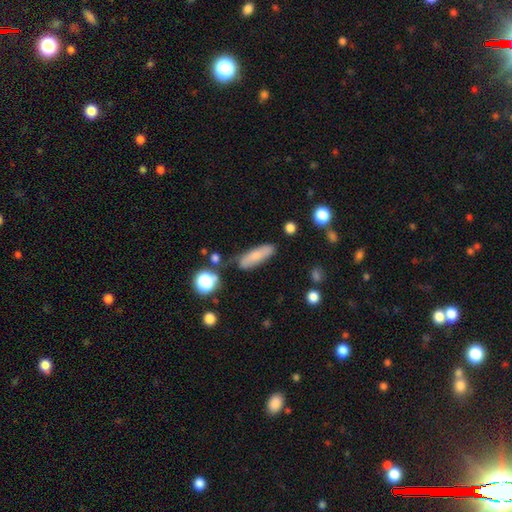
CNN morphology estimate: Q: Smooth or featured?
A: smooth (73%); runner-up: featured or disk (18%)
Q: How rounded?
A: cigar-shaped (54%); runner-up: in between (43%)
Q: Merging?
A: none (70%); runner-up: minor disturbance (20%)